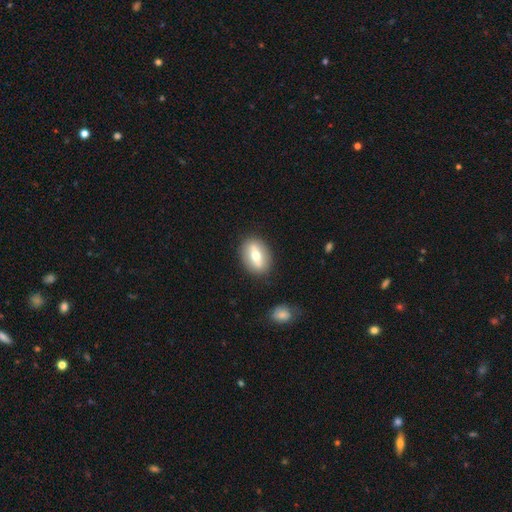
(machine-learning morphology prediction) Smooth or featured? Predicted: smooth (p=0.54). How rounded? Predicted: in between (p=0.76). Merging? Predicted: none (p=0.86).